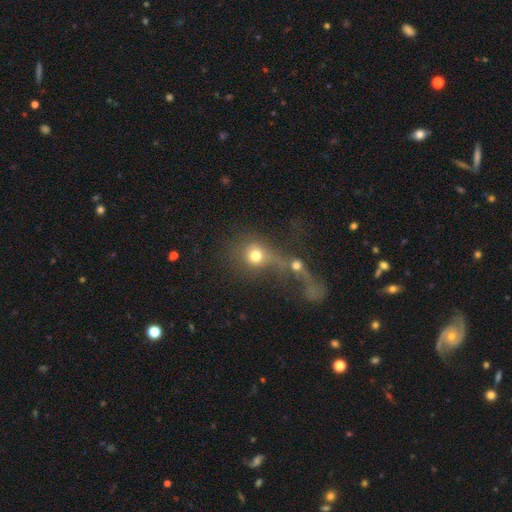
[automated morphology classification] smooth 67%, featured or disk 17%, star or artifact 15%. Down the decision tree: how rounded — round (82%); merging — merger (53%).